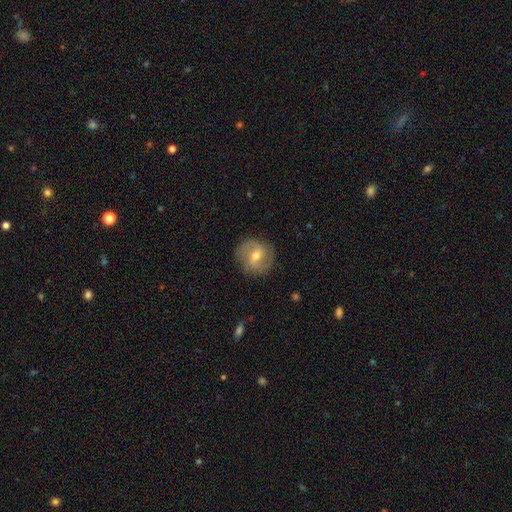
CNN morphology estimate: Smooth or featured? Predicted: featured or disk (p=0.67). Edge-on disk? Predicted: no (p=0.97). Bar? Predicted: weak (p=0.52). Spiral arms? Predicted: yes (p=0.87). Spiral winding? Predicted: medium (p=0.48). Spiral arm count? Predicted: 2 (p=0.82). Bulge size? Predicted: moderate (p=0.61). Merging? Predicted: none (p=0.82).